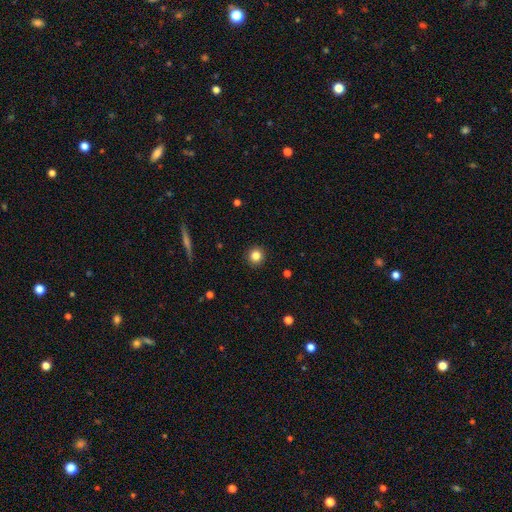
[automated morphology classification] Q: Smooth or featured?
A: smooth (83%); runner-up: star or artifact (11%)
Q: How rounded?
A: round (93%); runner-up: in between (6%)
Q: Merging?
A: none (92%); runner-up: minor disturbance (5%)